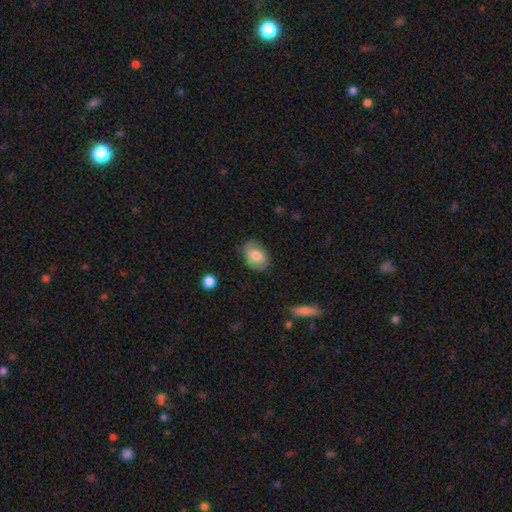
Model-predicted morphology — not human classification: Q: Smooth or featured?
A: smooth (76%); runner-up: featured or disk (17%)
Q: How rounded?
A: in between (75%); runner-up: round (24%)
Q: Merging?
A: none (74%); runner-up: minor disturbance (20%)